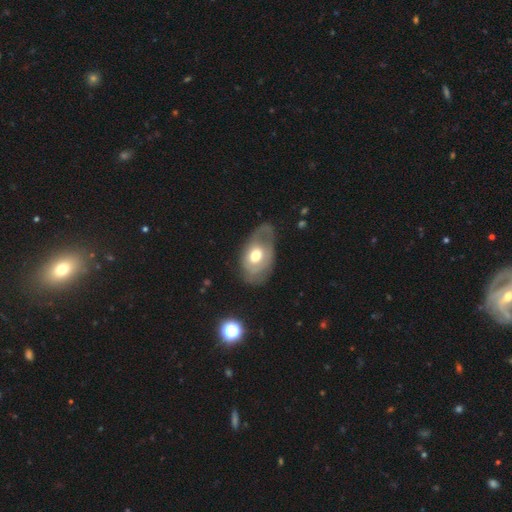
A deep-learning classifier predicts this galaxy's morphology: featured or disk 49%, smooth 44%, star or artifact 7%. Down the decision tree: merging — none (49%).